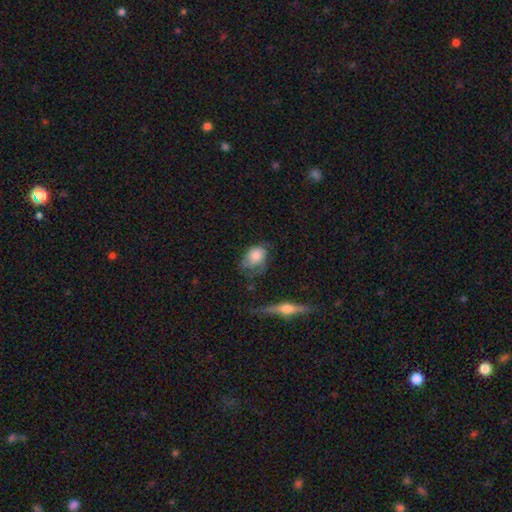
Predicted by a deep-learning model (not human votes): Smooth or featured?
  - smooth: 72% *
  - featured or disk: 20%
  - star or artifact: 8%
How rounded?
  - in between: 75% *
  - round: 23%
  - cigar-shaped: 2%
Merging?
  - minor disturbance: 37% *
  - none: 35%
  - major disturbance: 23%
  - merger: 5%